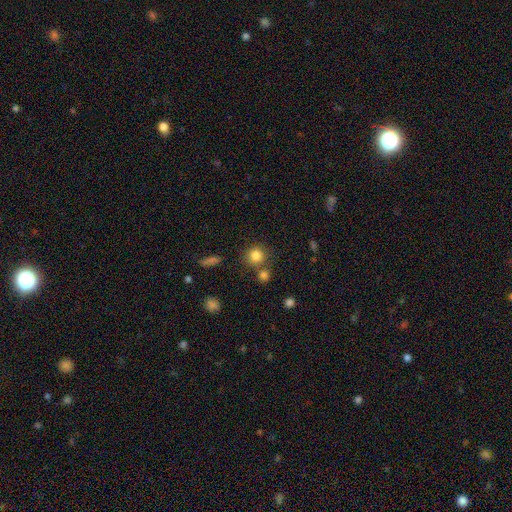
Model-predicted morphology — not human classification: type=smooth (82%); roundness=round (89%); merging=none (71%).